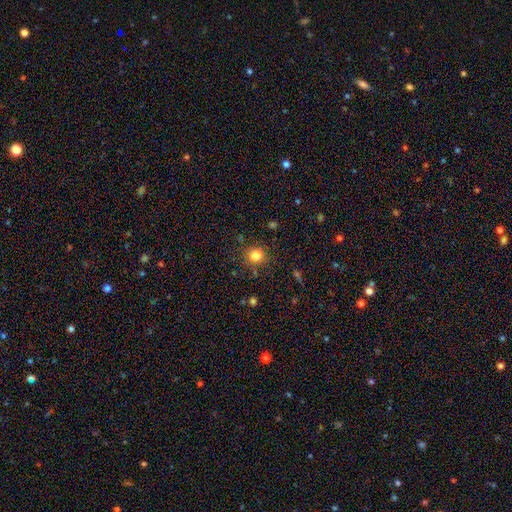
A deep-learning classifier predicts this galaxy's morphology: Smooth or featured: smooth — 81% (star or artifact — 13%)
How rounded: round — 89% (in between — 10%)
Merging: none — 84% (minor disturbance — 10%)